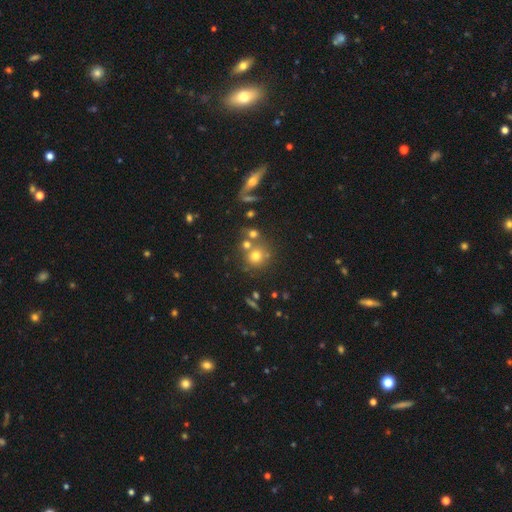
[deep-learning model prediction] smooth_or_featured: smooth (p=0.69) [alt: star or artifact p=0.17]
how_rounded: round (p=0.88) [alt: in between p=0.11]
merging: none (p=0.61) [alt: merger p=0.24]